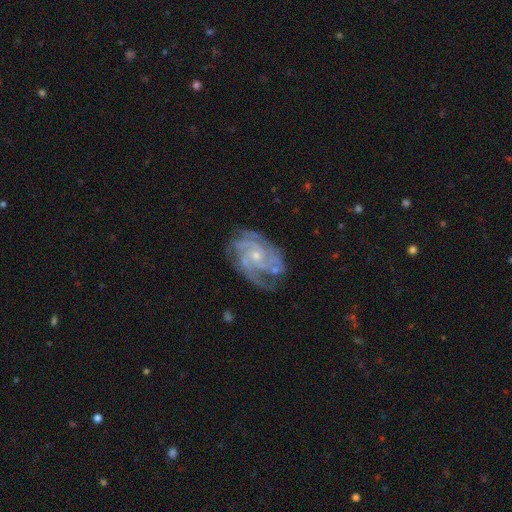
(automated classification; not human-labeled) featured or disk 89%, star or artifact 5%, smooth 5%. Down the decision tree: edge-on disk — no (97%); bar — no (72%); spiral arms — yes (97%); spiral arm count — 3 (33%); spiral winding — tight (56%); bulge size — small (71%); merging — none (67%).